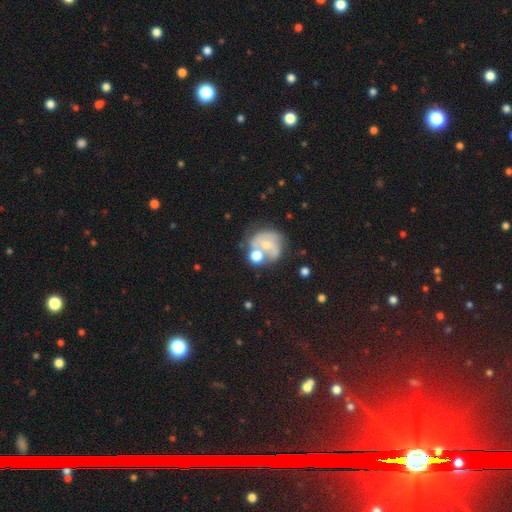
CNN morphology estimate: featured or disk 50%, smooth 40%, star or artifact 10%. Down the decision tree: merging — none (38%).